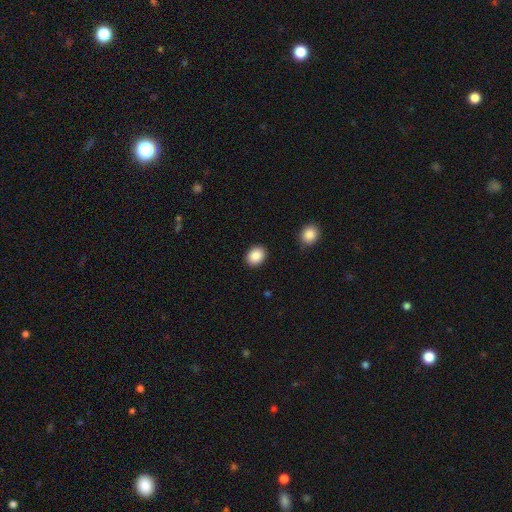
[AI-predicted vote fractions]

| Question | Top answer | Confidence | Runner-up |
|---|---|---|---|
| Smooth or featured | smooth | 88% | star or artifact (8%) |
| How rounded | in between | 53% | round (46%) |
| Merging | none | 89% | minor disturbance (7%) |